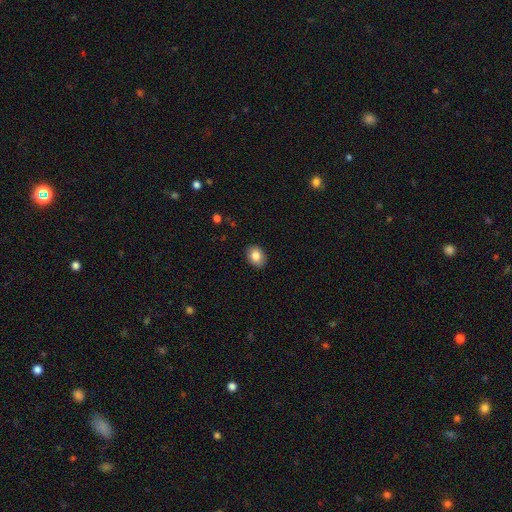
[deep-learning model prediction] smooth_or_featured: smooth (p=0.84) [alt: featured or disk p=0.08]
how_rounded: in between (p=0.69) [alt: round p=0.30]
merging: none (p=0.89) [alt: minor disturbance p=0.08]